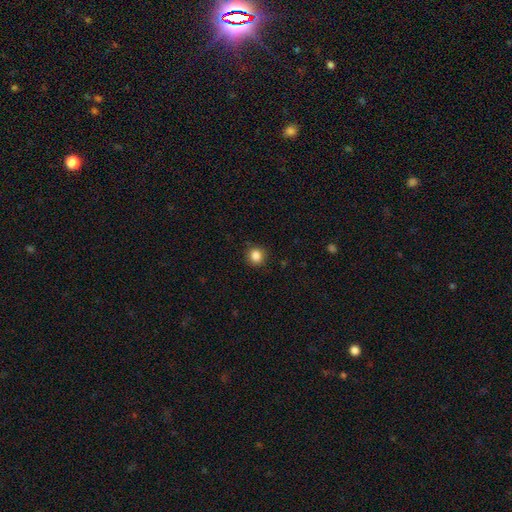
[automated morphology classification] This is clearly a smooth galaxy (85%). How rounded: clearly round (88%). Merging: clearly none (89%).